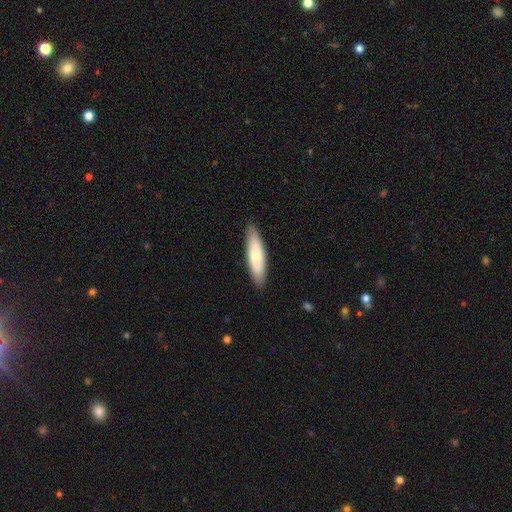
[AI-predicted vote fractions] Smooth or featured?
  - smooth: 69% *
  - featured or disk: 26%
  - star or artifact: 5%
How rounded?
  - cigar-shaped: 60% *
  - in between: 38%
  - round: 2%
Merging?
  - none: 87% *
  - minor disturbance: 10%
  - major disturbance: 2%
  - merger: 1%